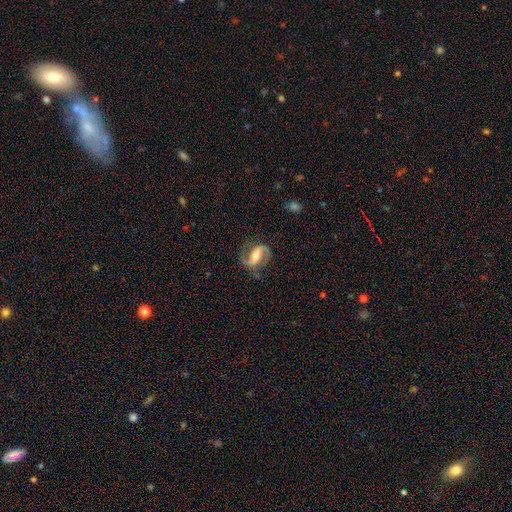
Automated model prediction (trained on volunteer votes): smooth_or_featured: featured or disk (p=0.84) [alt: smooth p=0.11]
disk_edge_on: no (p=0.96) [alt: yes p=0.04]
bar: strong (p=0.47) [alt: weak p=0.33]
has_spiral_arms: yes (p=0.94) [alt: no p=0.06]
spiral_winding: medium (p=0.48) [alt: loose p=0.35]
spiral_arm_count: 2 (p=0.91) [alt: 1 p=0.04]
bulge_size: moderate (p=0.62) [alt: small p=0.27]
merging: none (p=0.77) [alt: minor disturbance p=0.14]